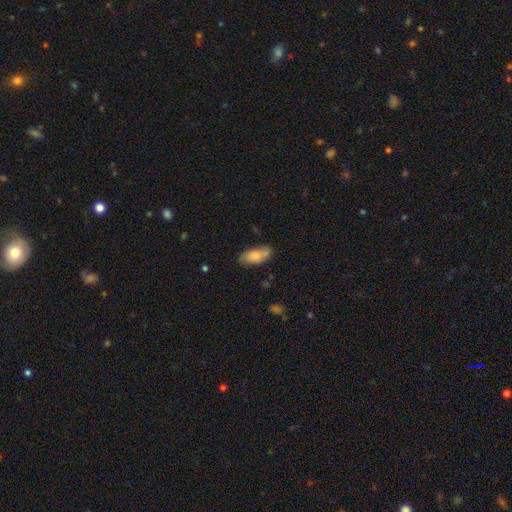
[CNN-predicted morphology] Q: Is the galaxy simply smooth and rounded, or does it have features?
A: smooth — 81%.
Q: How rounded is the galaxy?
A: in between — 86%.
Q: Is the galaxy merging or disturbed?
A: none — 69%.